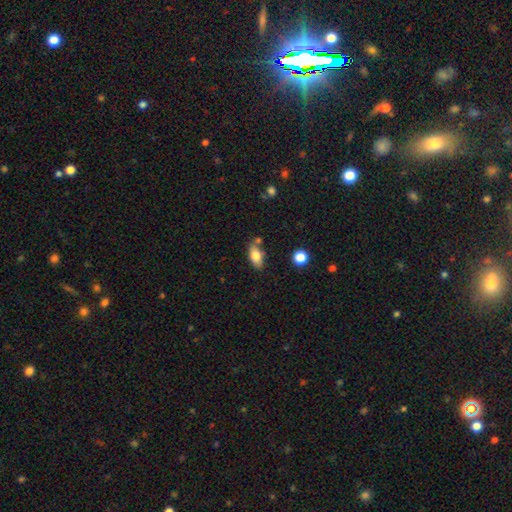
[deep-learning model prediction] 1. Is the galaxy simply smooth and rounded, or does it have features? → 78% smooth, 14% featured or disk, 8% star or artifact.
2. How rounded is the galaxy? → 87% in between, 9% cigar-shaped, 5% round.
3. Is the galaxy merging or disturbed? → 70% none, 17% minor disturbance, 10% merger, 4% major disturbance.